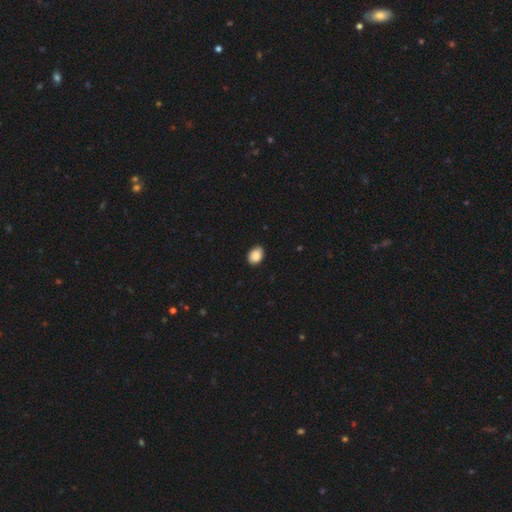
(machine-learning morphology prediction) Smooth or featured? Predicted: smooth (p=0.88). How rounded? Predicted: in between (p=0.72). Merging? Predicted: none (p=0.84).